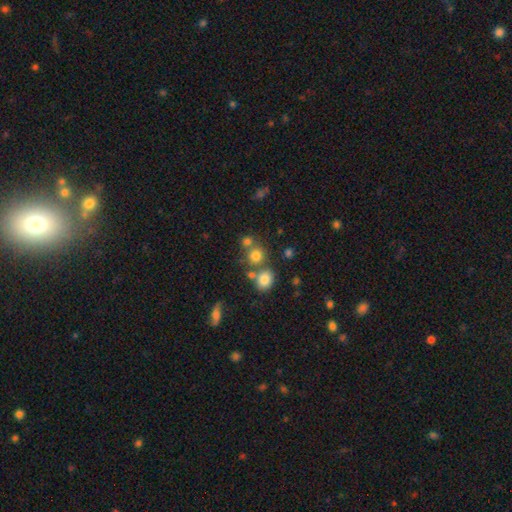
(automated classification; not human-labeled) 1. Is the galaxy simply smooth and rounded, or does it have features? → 75% smooth, 15% star or artifact, 10% featured or disk.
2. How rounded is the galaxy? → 86% round, 13% in between, 1% cigar-shaped.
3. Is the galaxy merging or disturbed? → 59% none, 27% merger, 9% minor disturbance, 4% major disturbance.